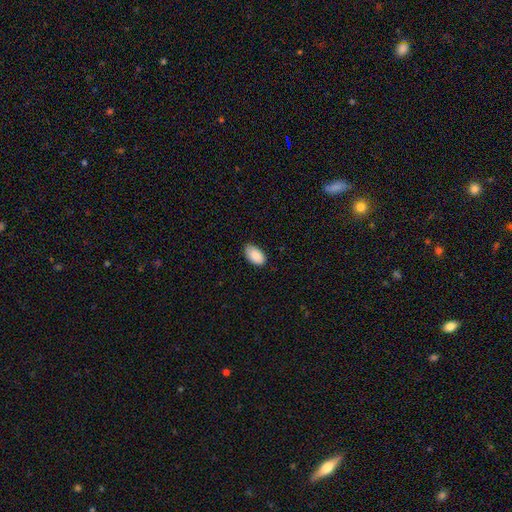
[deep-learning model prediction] Morphology: type=smooth (89%); roundness=in between (95%); merging=none (79%).